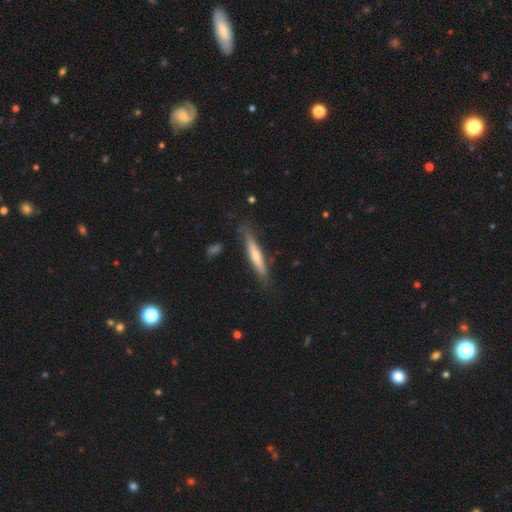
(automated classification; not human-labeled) This appears to be a smooth galaxy with no disk features (51%) that is cigar-shaped (92%). Merging: none (82%).